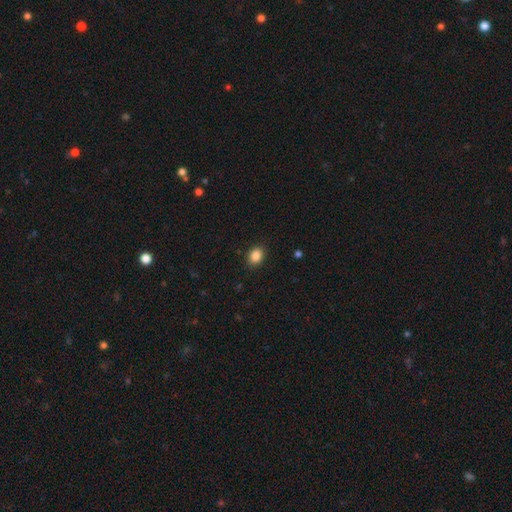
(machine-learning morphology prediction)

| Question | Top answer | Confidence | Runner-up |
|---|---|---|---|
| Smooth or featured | smooth | 87% | star or artifact (9%) |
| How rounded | in between | 55% | round (44%) |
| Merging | none | 89% | minor disturbance (8%) |